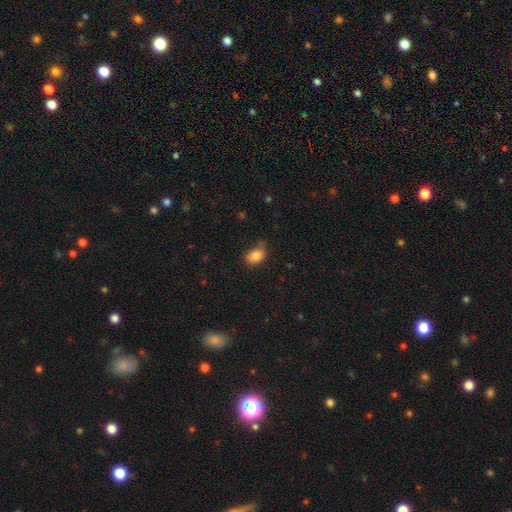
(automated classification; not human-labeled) Q: Smooth or featured?
A: smooth (85%); runner-up: star or artifact (9%)
Q: How rounded?
A: in between (78%); runner-up: round (21%)
Q: Merging?
A: none (68%); runner-up: minor disturbance (25%)